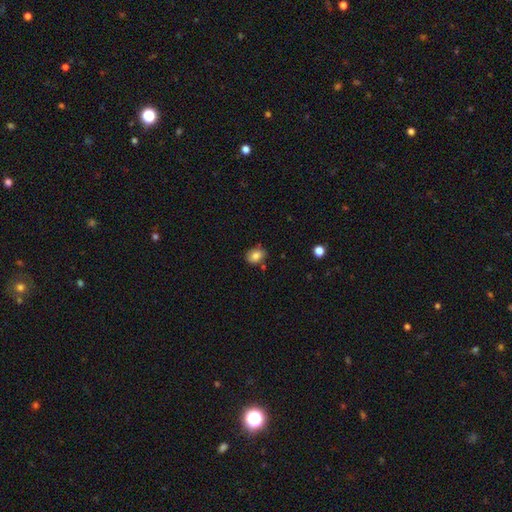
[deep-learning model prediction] A smooth galaxy with no disk features (83%) that is in between round and cigar-shaped (61%). Merging: none (80%).